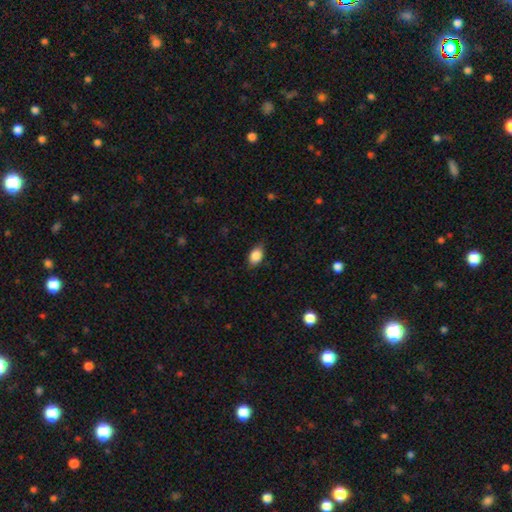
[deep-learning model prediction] smooth_or_featured: smooth (p=0.87) [alt: star or artifact p=0.08]
how_rounded: in between (p=0.84) [alt: round p=0.14]
merging: none (p=0.79) [alt: minor disturbance p=0.17]